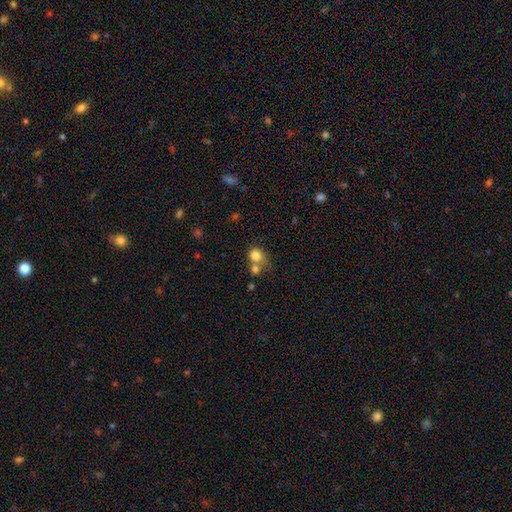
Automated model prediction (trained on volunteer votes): A smooth galaxy with no disk features (79%) that is round (72%). Merging: merger (48%).